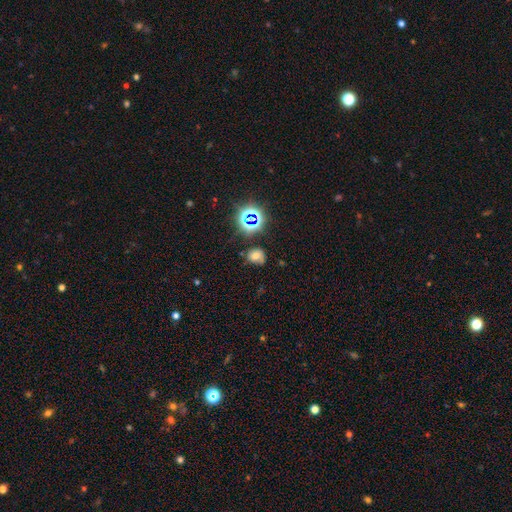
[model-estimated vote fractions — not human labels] smooth 58%, star or artifact 26%, featured or disk 16%. Down the decision tree: how rounded — round (66%); merging — none (61%).